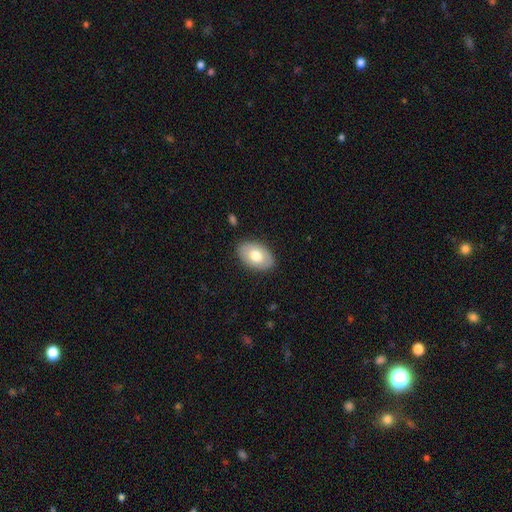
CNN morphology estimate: This appears to be a smooth galaxy with no disk features (71%) that is in between round and cigar-shaped (90%). Merging: none (86%).